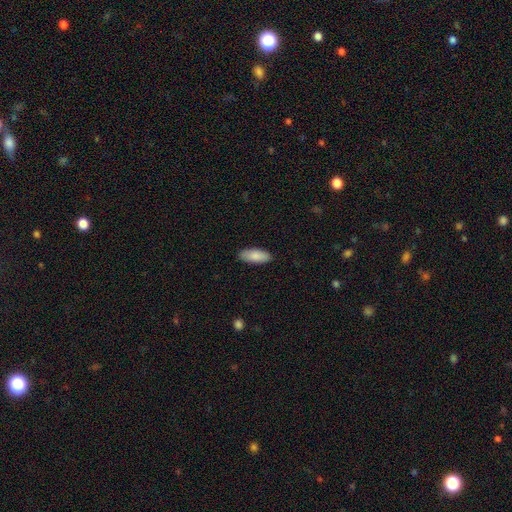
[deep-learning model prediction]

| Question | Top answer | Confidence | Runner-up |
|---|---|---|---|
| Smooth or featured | smooth | 87% | featured or disk (8%) |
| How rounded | in between | 80% | cigar-shaped (18%) |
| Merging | none | 88% | minor disturbance (9%) |